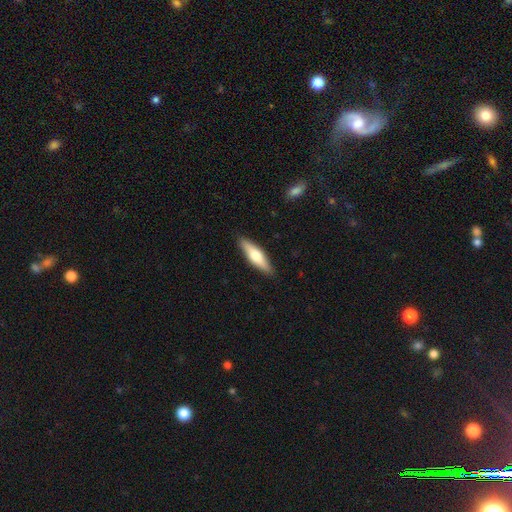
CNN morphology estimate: Smooth or featured? smooth (55%)
How rounded? cigar-shaped (66%)
Merging? none (89%)